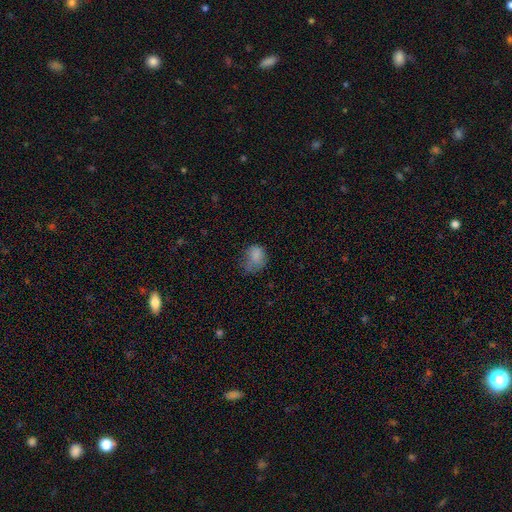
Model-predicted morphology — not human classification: This is likely a smooth galaxy (76%). How rounded: possibly in between (52%). Merging: marginally none (42%).